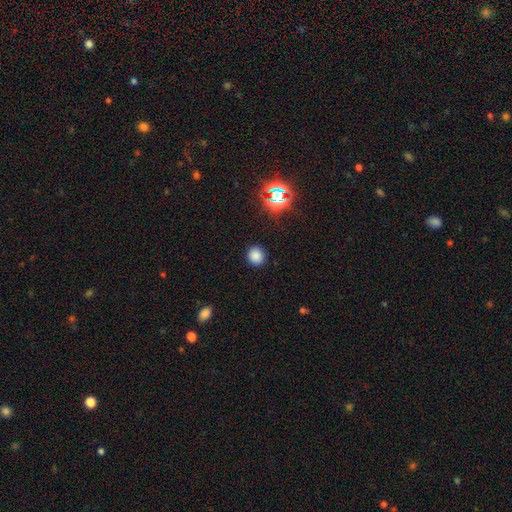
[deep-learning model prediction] Overall: smooth (80%). How rounded: round (86%). Merging: none (90%).